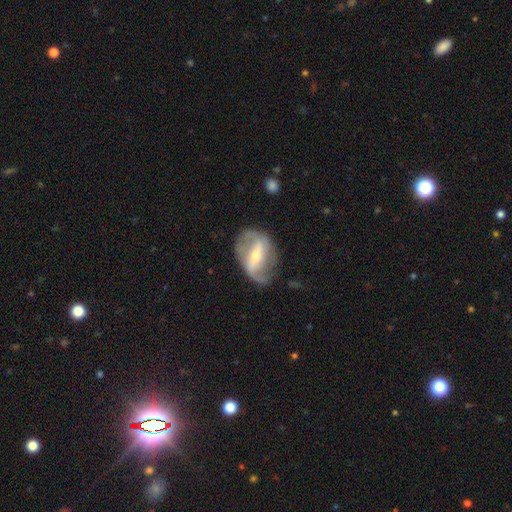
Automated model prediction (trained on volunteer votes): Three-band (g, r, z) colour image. It shows a featured or disk galaxy (79%) with a strong bar (61%), 2 (81%) loose (51%) spiral arms (81%) and a small central bulge (55%). Merging: none (66%).